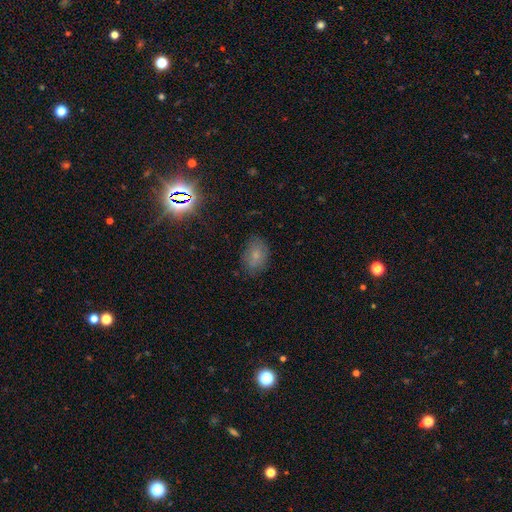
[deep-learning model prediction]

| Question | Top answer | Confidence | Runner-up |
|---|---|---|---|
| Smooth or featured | smooth | 74% | star or artifact (13%) |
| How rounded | in between | 84% | round (14%) |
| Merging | none | 78% | minor disturbance (16%) |